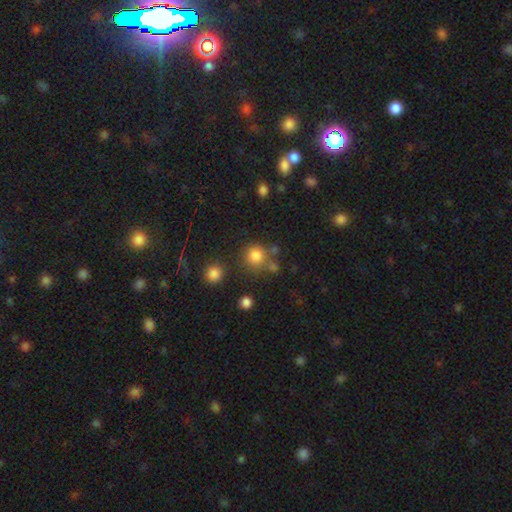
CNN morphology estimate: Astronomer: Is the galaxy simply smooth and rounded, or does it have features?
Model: smooth — 80%.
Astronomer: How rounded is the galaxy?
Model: round — 92%.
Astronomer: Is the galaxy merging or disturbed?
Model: none — 71%.